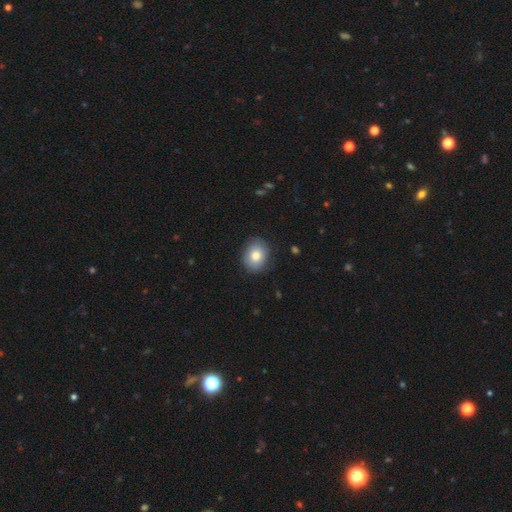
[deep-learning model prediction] smooth_or_featured: smooth (p=0.79) [alt: featured or disk p=0.13]
how_rounded: round (p=0.55) [alt: in between p=0.44]
merging: none (p=0.83) [alt: minor disturbance p=0.13]